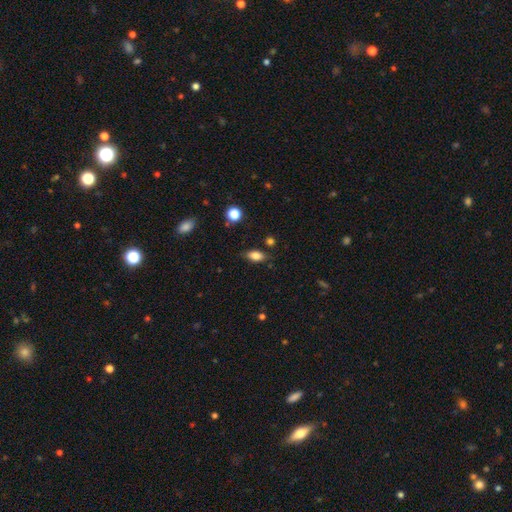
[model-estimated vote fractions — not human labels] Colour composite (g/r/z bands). It shows a smooth galaxy with no disk features (81%) that is in between round and cigar-shaped (86%). Merging: none (79%).